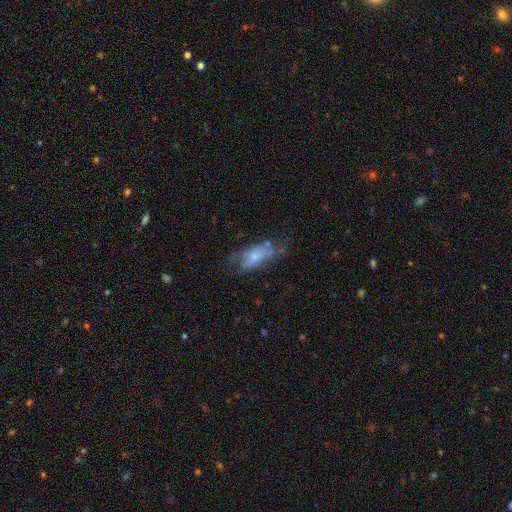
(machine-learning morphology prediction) This appears to be a smooth galaxy with no disk features (51%) that is in between round and cigar-shaped (81%). Merging: none (37%).